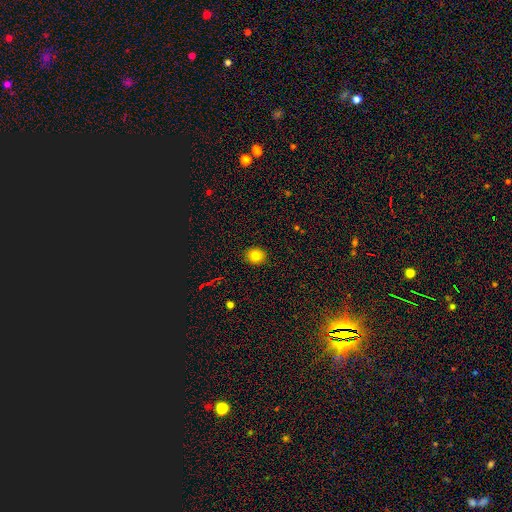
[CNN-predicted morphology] This is clearly a smooth galaxy (81%). How rounded: likely round (77%). Merging: clearly none (90%).